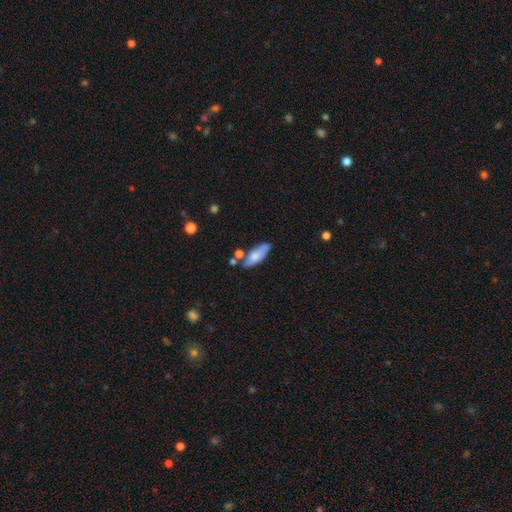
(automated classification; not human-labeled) A smooth galaxy with no disk features (71%) that is in between round and cigar-shaped (69%). Merging: none (64%).